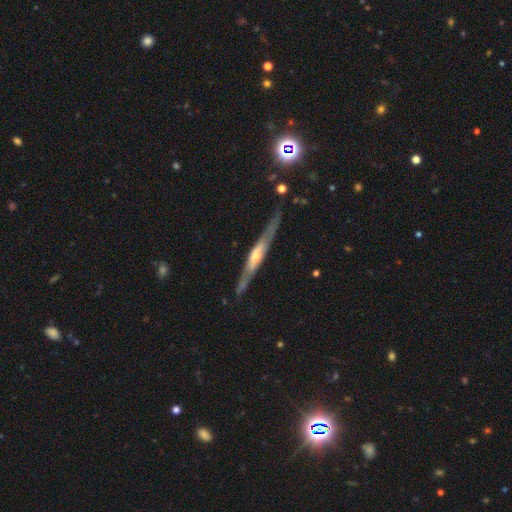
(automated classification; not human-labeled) smooth_or_featured: featured or disk (p=0.77) [alt: smooth p=0.17]
disk_edge_on: yes (p=0.92) [alt: no p=0.08]
edge_on_bulge: rounded (p=0.60) [alt: none p=0.25]
merging: none (p=0.80) [alt: minor disturbance p=0.14]